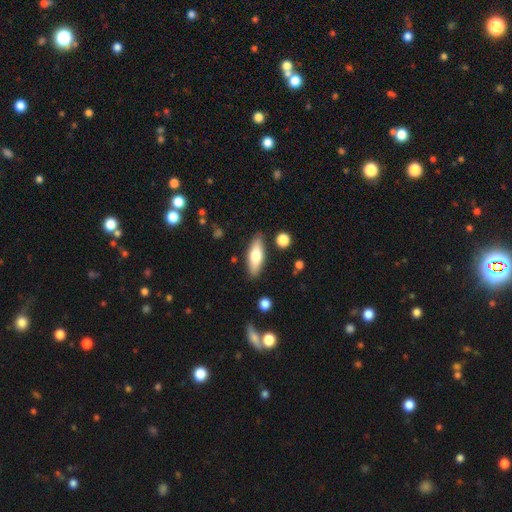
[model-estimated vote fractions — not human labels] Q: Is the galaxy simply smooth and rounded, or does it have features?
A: smooth — 67%.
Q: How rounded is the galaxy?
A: in between — 59%.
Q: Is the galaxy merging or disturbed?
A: none — 85%.